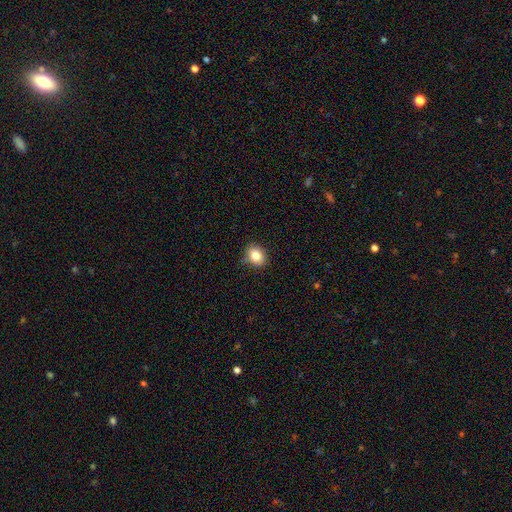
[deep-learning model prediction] This is clearly a smooth galaxy (84%). How rounded: possibly round (53%). Merging: clearly none (81%).